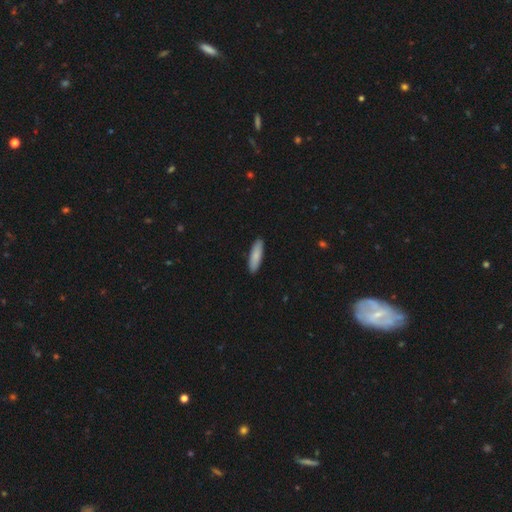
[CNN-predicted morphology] This appears to be a smooth galaxy with no disk features (84%) that is cigar-shaped (58%). Merging: none (91%).